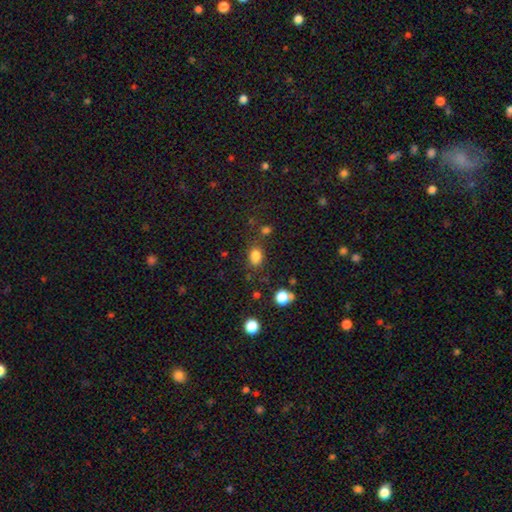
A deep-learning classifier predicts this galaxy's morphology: Q: Smooth or featured?
A: smooth (82%); runner-up: star or artifact (13%)
Q: How rounded?
A: in between (69%); runner-up: round (30%)
Q: Merging?
A: none (72%); runner-up: minor disturbance (16%)